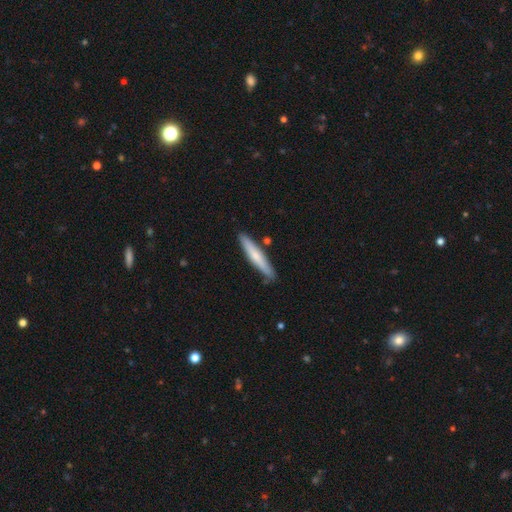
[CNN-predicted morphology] This is likely a smooth galaxy (63%). How rounded: clearly cigar-shaped (93%). Merging: clearly none (84%).